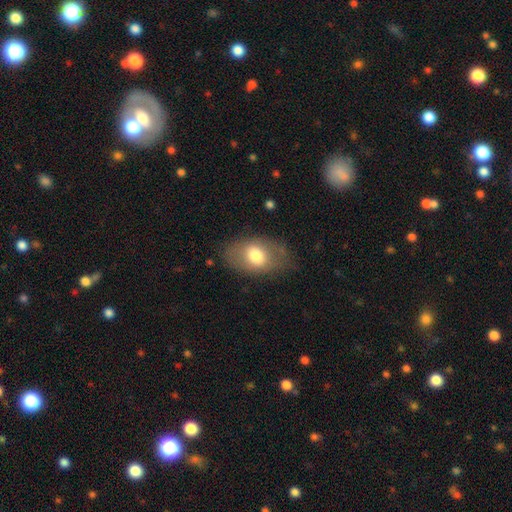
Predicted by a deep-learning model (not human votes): A smooth galaxy with no disk features (69%) that is in between round and cigar-shaped (87%).

Vote fractions:
- Smooth or featured? smooth: 69% / featured or disk: 24% / star or artifact: 7%
- How rounded? in between: 87% / round: 12% / cigar-shaped: 1%
- Merging? none: 74% / minor disturbance: 18% / major disturbance: 8% / merger: 1%